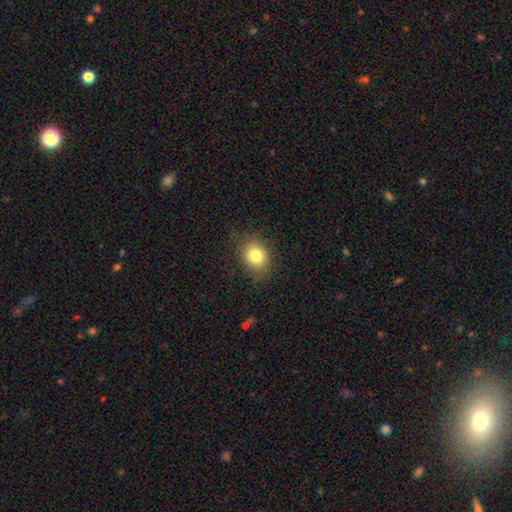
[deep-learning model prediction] Smooth or featured? Predicted: smooth (p=0.80). How rounded? Predicted: round (p=0.54). Merging? Predicted: none (p=0.84).